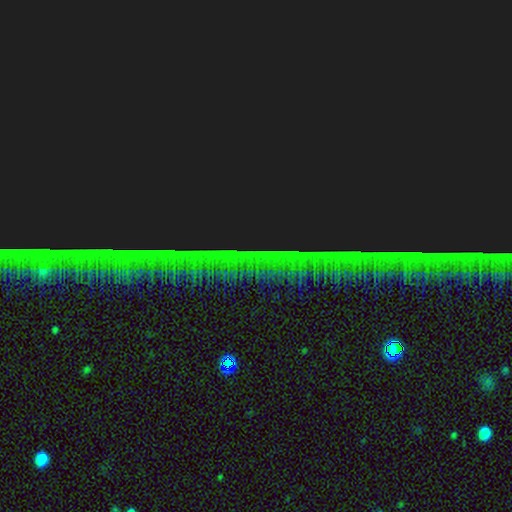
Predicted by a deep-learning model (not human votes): Morphology: type=star or artifact (88%).